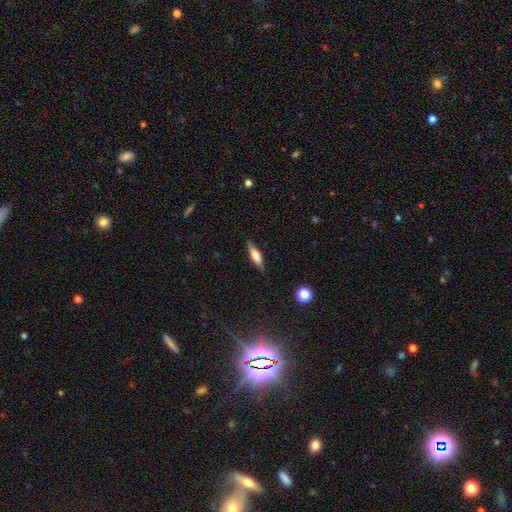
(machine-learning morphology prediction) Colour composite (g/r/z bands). It shows a smooth galaxy with no disk features (62%) that is cigar-shaped (60%). Merging: none (85%).